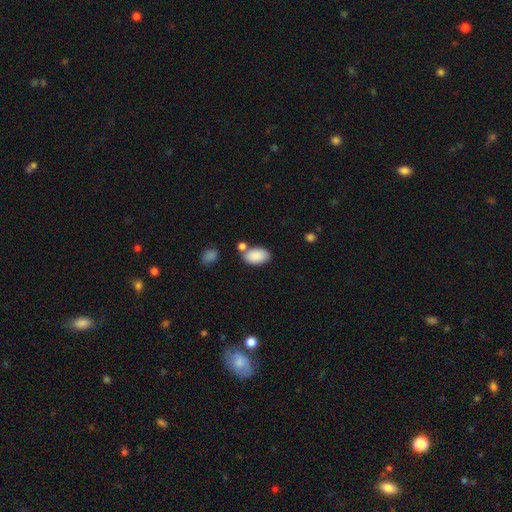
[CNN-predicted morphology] A smooth galaxy with no disk features (89%) that is in between round and cigar-shaped (94%).

Vote fractions:
- Smooth or featured? smooth: 89% / star or artifact: 7% / featured or disk: 5%
- How rounded? in between: 94% / round: 5% / cigar-shaped: 1%
- Merging? none: 66% / merger: 17% / minor disturbance: 13% / major disturbance: 4%